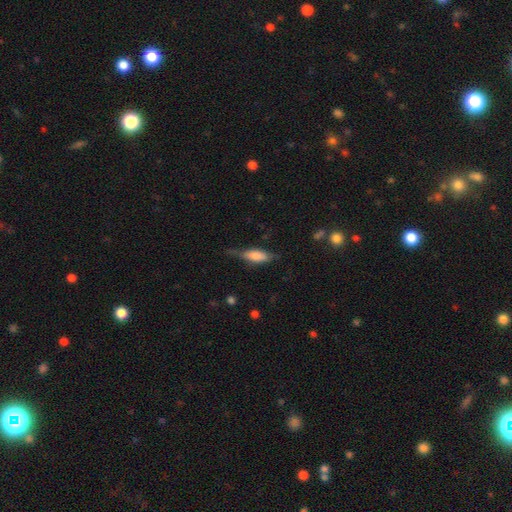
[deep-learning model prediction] smooth 61%, featured or disk 33%, star or artifact 7%. Down the decision tree: how rounded — in between (60%); merging — none (55%).